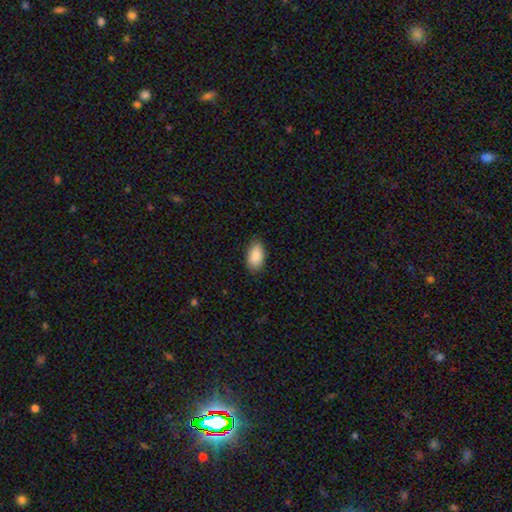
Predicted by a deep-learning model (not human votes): Smooth or featured? Predicted: smooth (p=0.89). How rounded? Predicted: in between (p=0.94). Merging? Predicted: none (p=0.82).